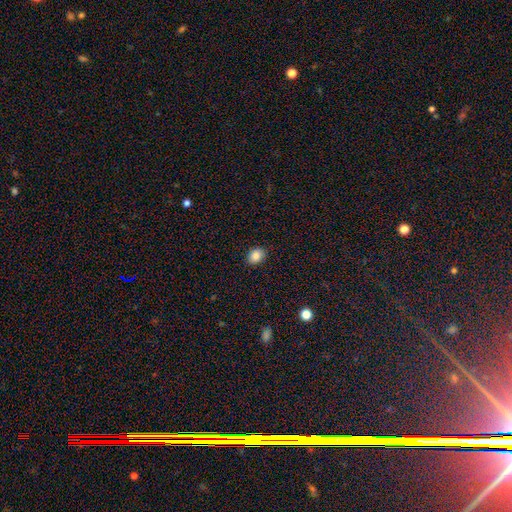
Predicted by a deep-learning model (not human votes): Smooth or featured?
  - smooth: 86% *
  - star or artifact: 9%
  - featured or disk: 5%
How rounded?
  - in between: 62% *
  - round: 38%
  - cigar-shaped: 1%
Merging?
  - none: 88% *
  - minor disturbance: 9%
  - major disturbance: 2%
  - merger: 1%